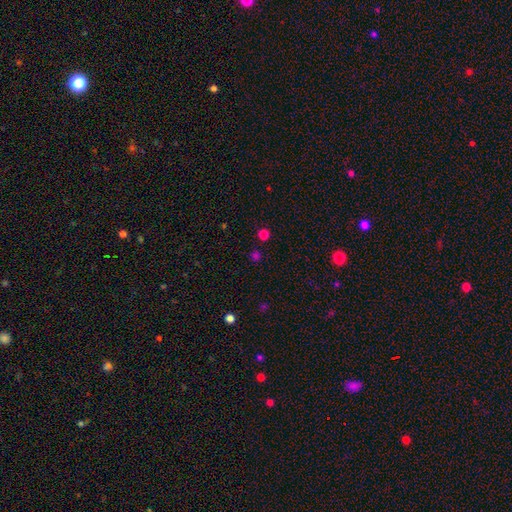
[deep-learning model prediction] Smooth or featured: smooth — 69% (star or artifact — 27%)
How rounded: round — 92% (in between — 7%)
Merging: none — 88% (minor disturbance — 7%)